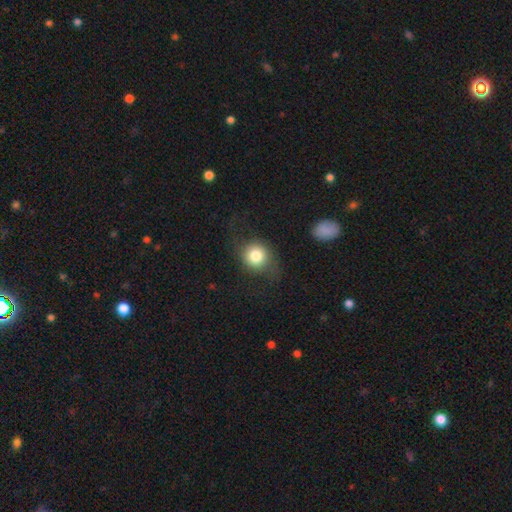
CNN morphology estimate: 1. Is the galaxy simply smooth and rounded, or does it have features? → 76% smooth, 15% featured or disk, 9% star or artifact.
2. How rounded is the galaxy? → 85% round, 13% in between, 1% cigar-shaped.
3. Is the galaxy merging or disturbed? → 66% none, 18% minor disturbance, 14% major disturbance, 2% merger.